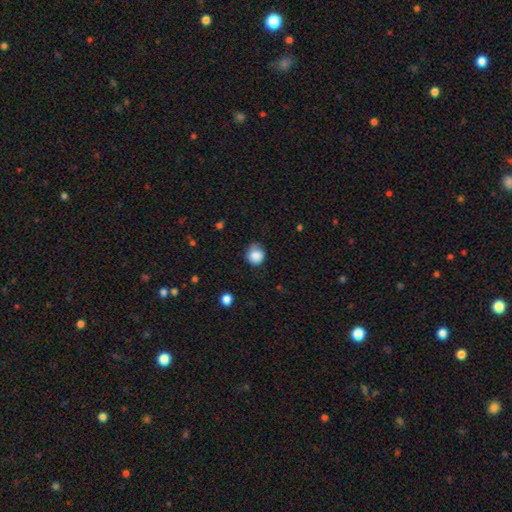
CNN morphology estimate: Overall: smooth (85%). How rounded: round (85%). Merging: none (62%; minor disturbance 29%).